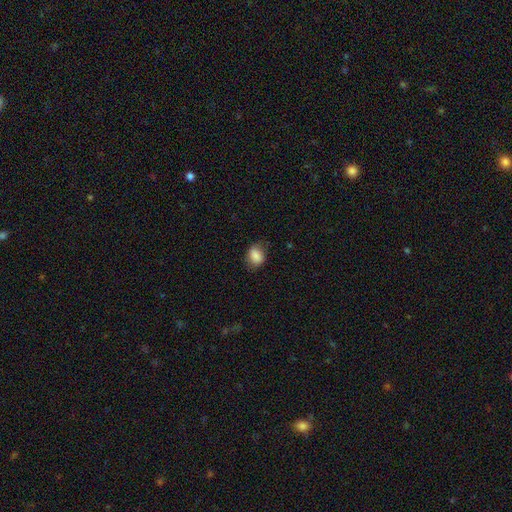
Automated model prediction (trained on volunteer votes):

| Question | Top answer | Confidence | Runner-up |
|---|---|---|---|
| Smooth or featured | smooth | 85% | star or artifact (8%) |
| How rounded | in between | 68% | round (31%) |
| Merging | none | 70% | minor disturbance (22%) |